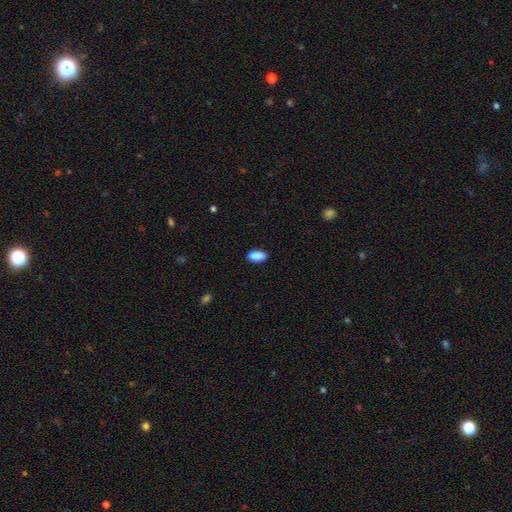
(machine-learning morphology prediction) Smooth or featured? smooth (89%)
How rounded? in between (92%)
Merging? none (78%)